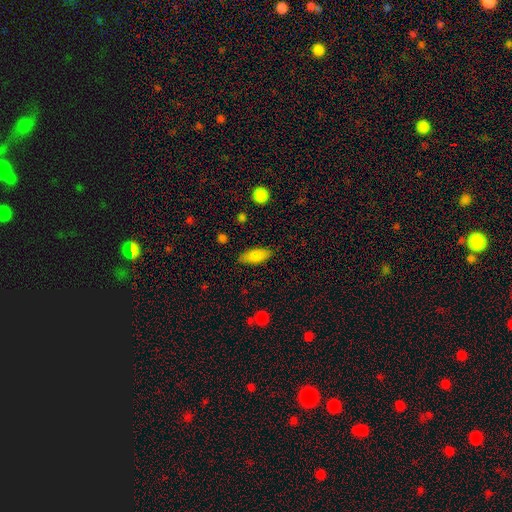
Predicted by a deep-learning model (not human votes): smooth 83%, featured or disk 10%, star or artifact 7%. Down the decision tree: how rounded — in between (79%); merging — none (83%).